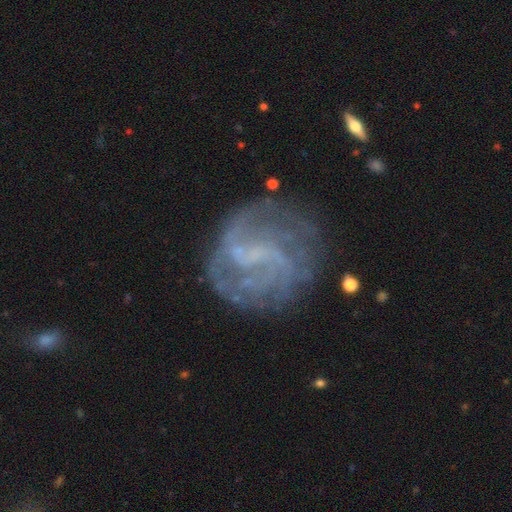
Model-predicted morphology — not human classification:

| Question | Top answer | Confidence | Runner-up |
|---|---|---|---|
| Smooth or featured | featured or disk | 80% | smooth (11%) |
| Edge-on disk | no | 98% | yes (2%) |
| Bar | weak | 49% | no (30%) |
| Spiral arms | yes | 86% | no (14%) |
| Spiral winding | medium | 40% | tight (30%) |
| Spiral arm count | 2 | 36% | can't tell (31%) |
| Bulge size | none | 53% | small (36%) |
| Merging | none | 67% | minor disturbance (16%) |